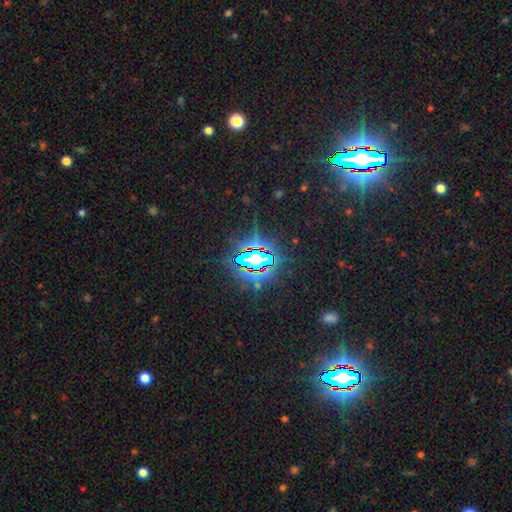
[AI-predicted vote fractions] smooth_or_featured: star or artifact (p=0.78) [alt: smooth p=0.12]